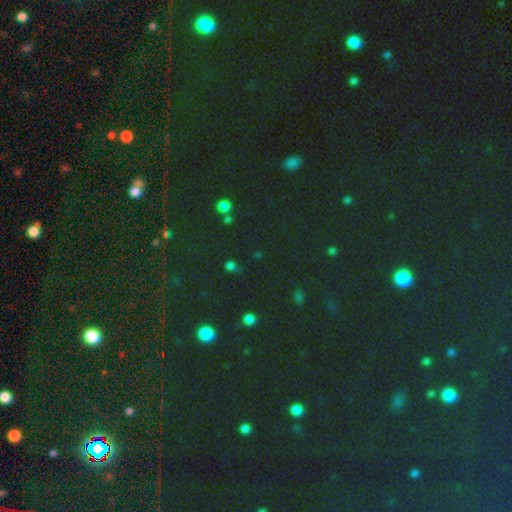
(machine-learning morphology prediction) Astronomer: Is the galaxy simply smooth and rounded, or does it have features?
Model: star or artifact — 75%.